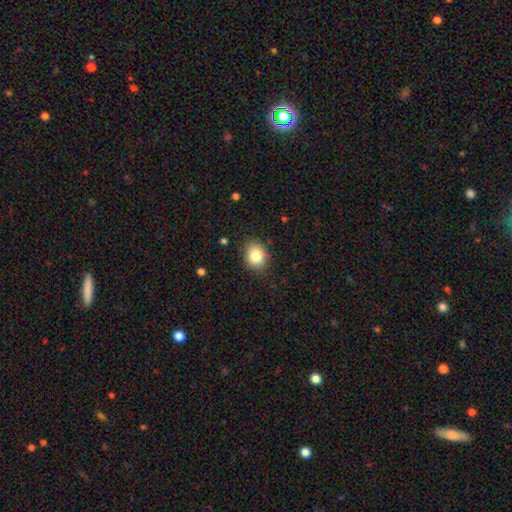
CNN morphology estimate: Smooth or featured? smooth (82%)
How rounded? round (64%)
Merging? none (85%)